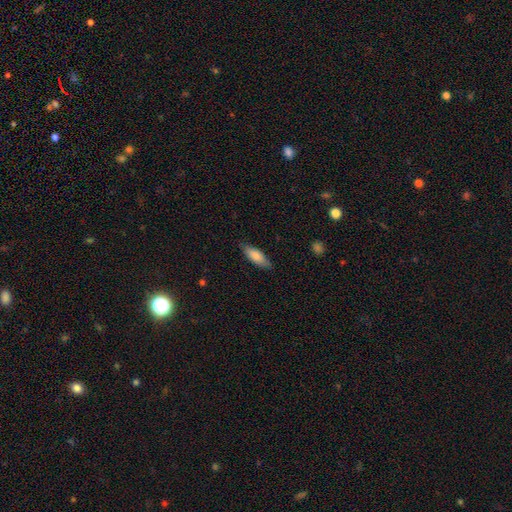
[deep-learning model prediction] Smooth or featured: smooth — 77% (featured or disk — 17%)
How rounded: in between — 61% (cigar-shaped — 37%)
Merging: none — 83% (minor disturbance — 14%)